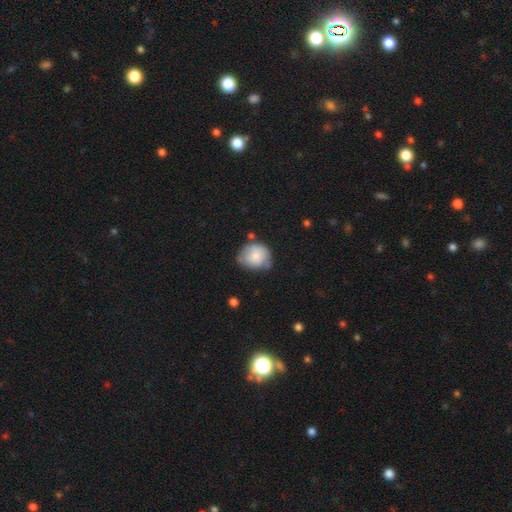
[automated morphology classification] A smooth galaxy with no disk features (74%) that is round (65%). Merging: none (50%).